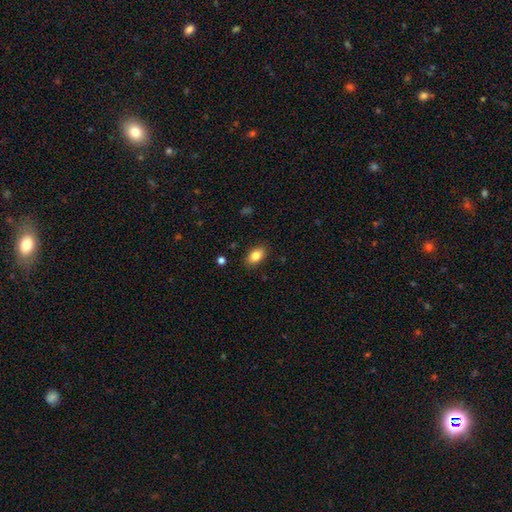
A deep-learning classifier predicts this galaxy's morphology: Smooth or featured? smooth (84%)
How rounded? in between (90%)
Merging? none (87%)